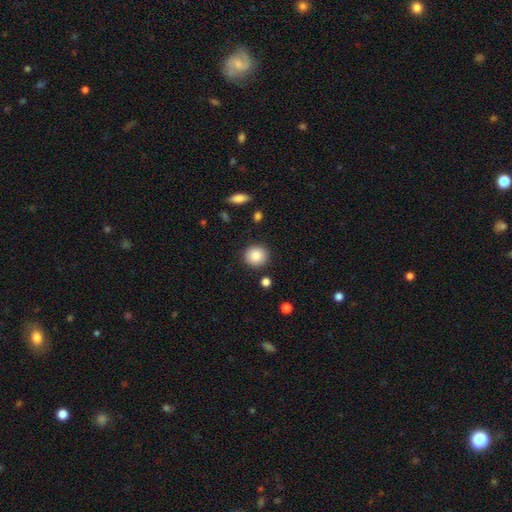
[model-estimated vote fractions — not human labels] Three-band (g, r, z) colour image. It shows a smooth galaxy with no disk features (86%) that is round (90%). Merging: none (89%).